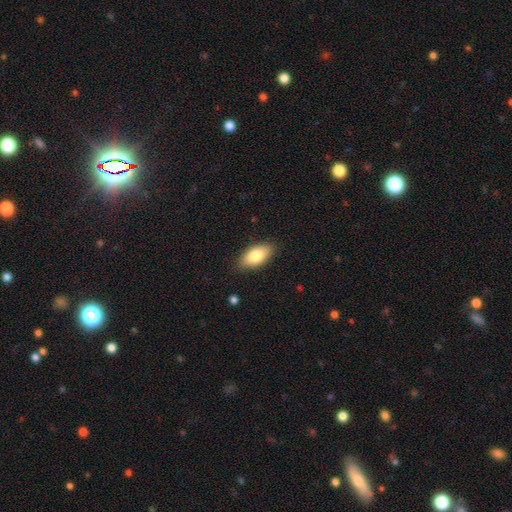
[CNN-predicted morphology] smooth 80%, featured or disk 13%, star or artifact 6%. Down the decision tree: how rounded — in between (90%); merging — none (86%).